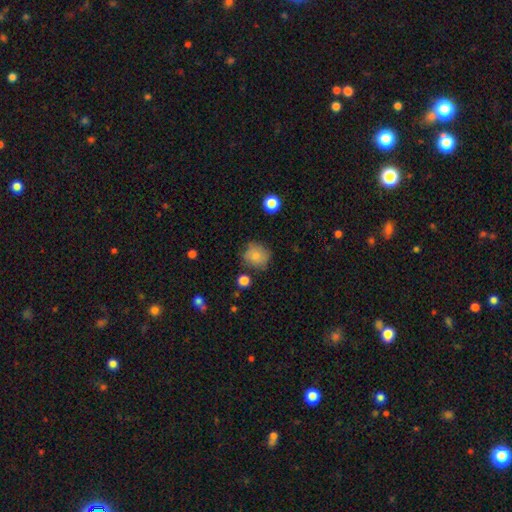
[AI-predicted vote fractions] Overall: smooth (76%). How rounded: round (82%). Merging: none (71%).